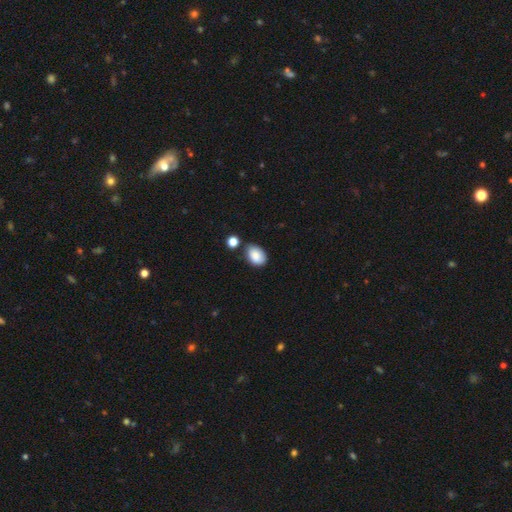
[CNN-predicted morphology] smooth-or-featured: smooth: 86% | star or artifact: 8% | featured or disk: 6%
  how-rounded: in between: 83% | round: 16% | cigar-shaped: 1%
  merging: none: 69% | minor disturbance: 18% | merger: 8% | major disturbance: 4%